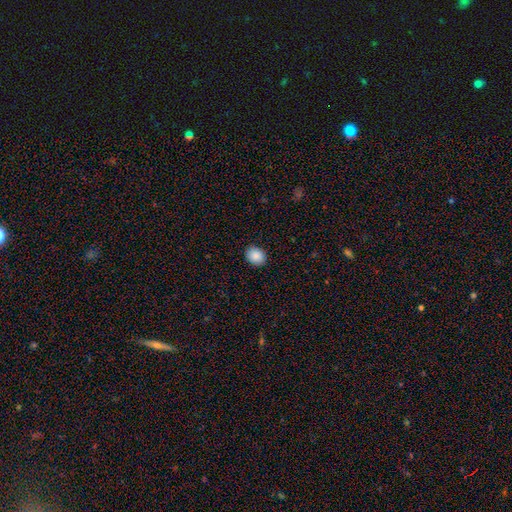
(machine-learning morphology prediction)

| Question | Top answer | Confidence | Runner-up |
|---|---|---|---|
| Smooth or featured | smooth | 89% | star or artifact (8%) |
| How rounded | round | 52% | in between (47%) |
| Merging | none | 90% | minor disturbance (8%) |